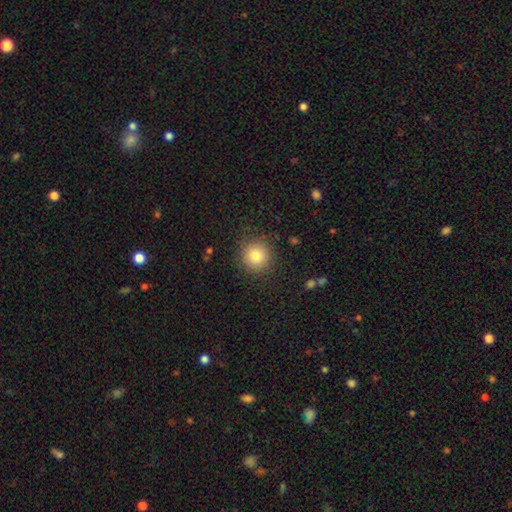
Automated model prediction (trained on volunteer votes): This is clearly a smooth galaxy (81%). How rounded: clearly round (93%). Merging: clearly none (88%).